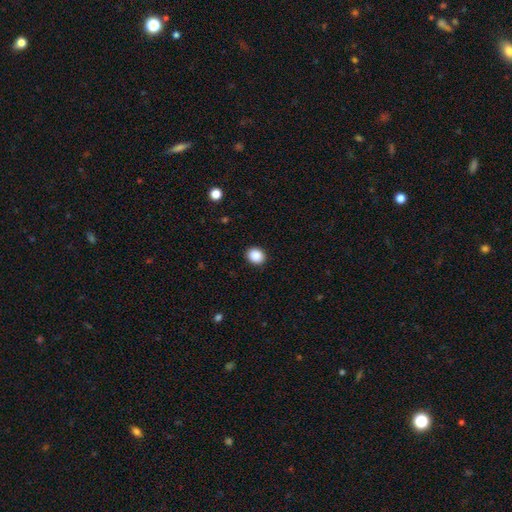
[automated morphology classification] Smooth or featured? Predicted: smooth (p=0.89). How rounded? Predicted: round (p=0.63). Merging? Predicted: none (p=0.91).